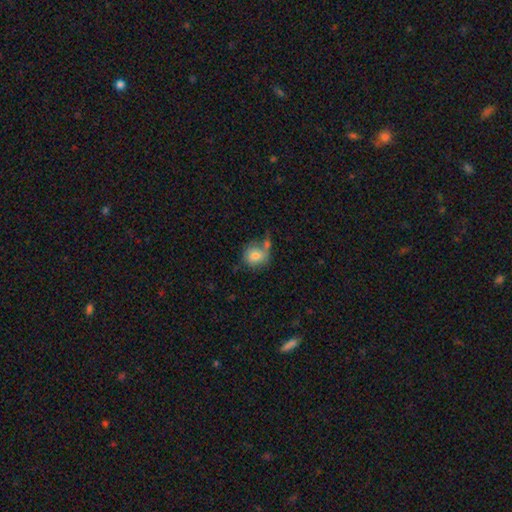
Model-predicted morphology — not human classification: This appears to be a smooth galaxy with no disk features (76%) that is round (78%). Merging: none (41%).